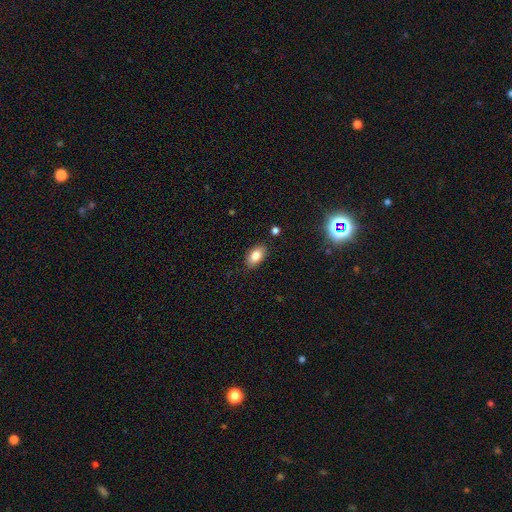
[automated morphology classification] The model was most divided on "smooth or featured": smooth: 82%, featured or disk: 9%, star or artifact: 8%. More confident: how rounded — in between (91%); merging — none (87%).